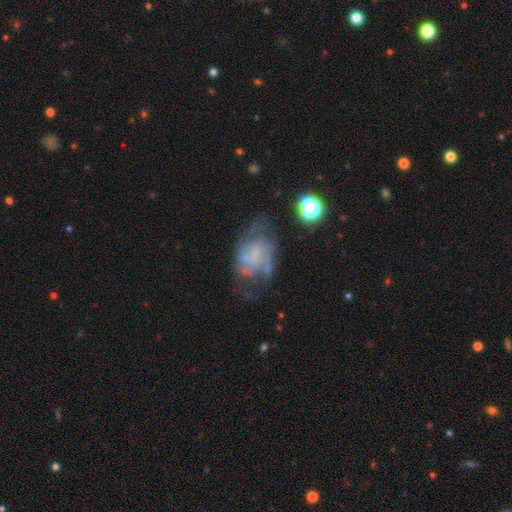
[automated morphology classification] A featured or disk galaxy (62%) with no bar (73%), spiral arms (57%) and no central bulge (63%).

Vote fractions:
- Smooth or featured? featured or disk: 62% / smooth: 25% / star or artifact: 13%
- Edge-on disk? no: 97% / yes: 3%
- Bar? no: 73% / weak: 22% / strong: 5%
- Spiral arms? yes: 57% / no: 43%
- Bulge size? none: 63% / small: 20% / moderate: 11% / large: 4% / dominant: 2%
- Merging? none: 41% / major disturbance: 31% / minor disturbance: 24% / merger: 5%